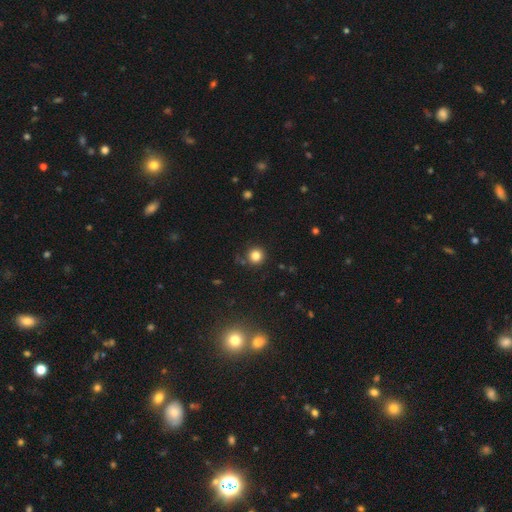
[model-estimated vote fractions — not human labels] Smooth or featured?
  - smooth: 81% *
  - star or artifact: 14%
  - featured or disk: 5%
How rounded?
  - round: 94% *
  - in between: 5%
  - cigar-shaped: 1%
Merging?
  - none: 86% *
  - minor disturbance: 8%
  - major disturbance: 3%
  - merger: 3%